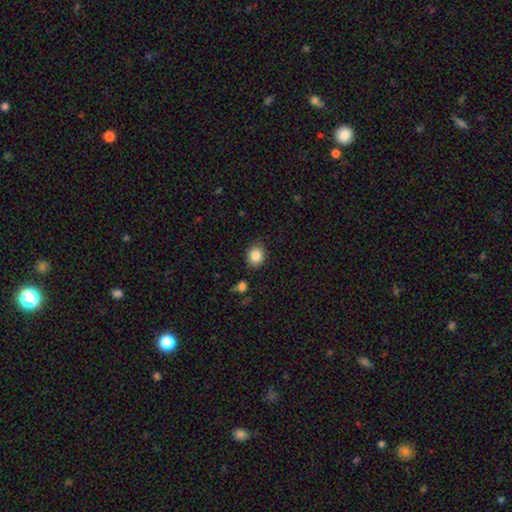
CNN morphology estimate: Overall: smooth (87%). How rounded: round (70%). Merging: none (86%).